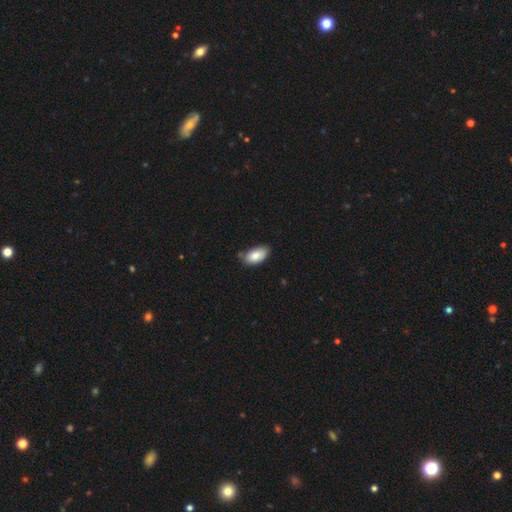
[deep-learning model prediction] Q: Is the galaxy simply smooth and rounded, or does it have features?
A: smooth — 83%.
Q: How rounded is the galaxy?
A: in between — 94%.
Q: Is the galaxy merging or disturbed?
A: none — 67%.